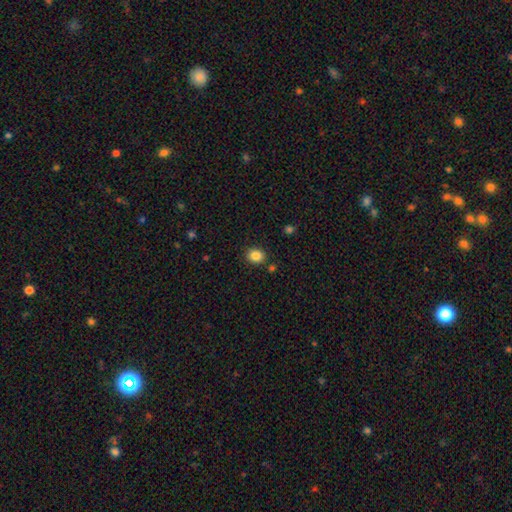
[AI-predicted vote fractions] This is clearly a smooth galaxy (85%). How rounded: likely round (67%). Merging: clearly none (88%).